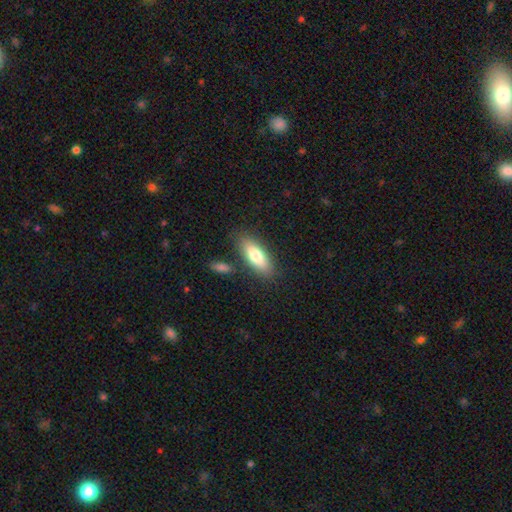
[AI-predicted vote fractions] Q: Smooth or featured?
A: smooth (77%); runner-up: featured or disk (16%)
Q: How rounded?
A: in between (74%); runner-up: cigar-shaped (24%)
Q: Merging?
A: none (81%); runner-up: minor disturbance (11%)